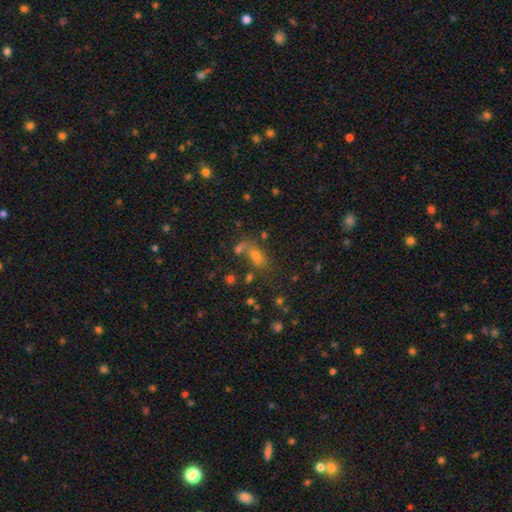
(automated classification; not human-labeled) Smooth or featured? smooth (57%)
How rounded? in between (68%)
Merging? none (46%)